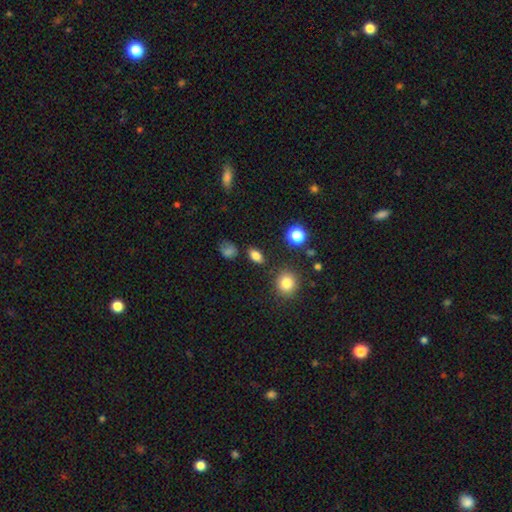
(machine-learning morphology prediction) Smooth or featured: smooth — 81% (star or artifact — 13%)
How rounded: in between — 79% (round — 17%)
Merging: none — 82% (minor disturbance — 10%)